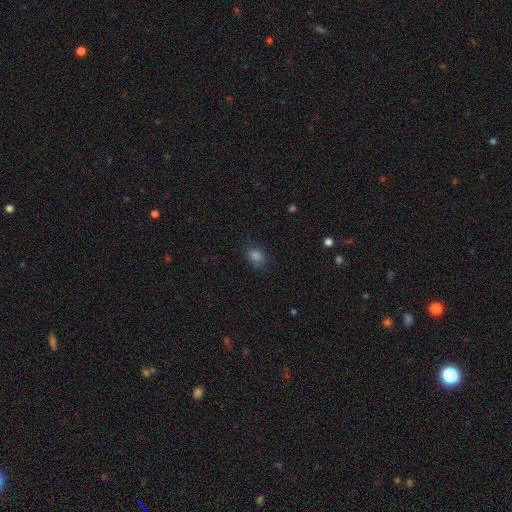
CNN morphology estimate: Overall: smooth (77%). How rounded: in between (58%; round 41%). Merging: none (80%).